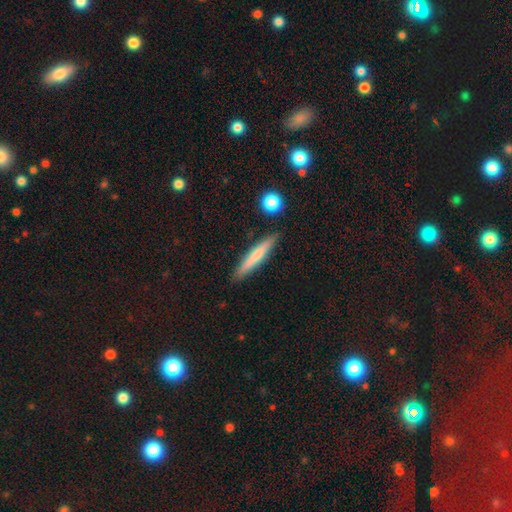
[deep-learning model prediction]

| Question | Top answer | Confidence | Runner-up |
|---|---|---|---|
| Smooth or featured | smooth | 63% | featured or disk (31%) |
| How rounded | cigar-shaped | 93% | in between (5%) |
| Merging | none | 88% | minor disturbance (8%) |